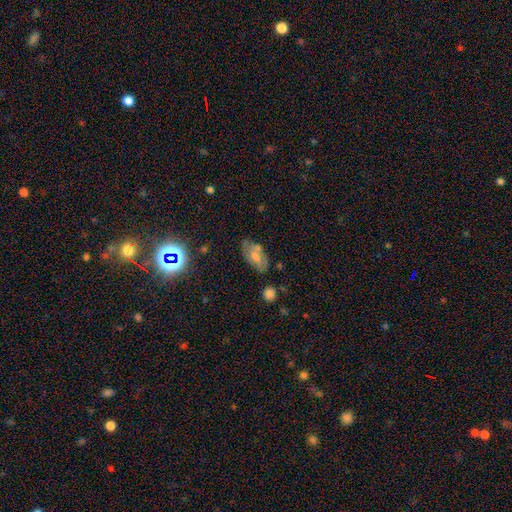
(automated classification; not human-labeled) Overall: smooth (53%; featured or disk 37%). How rounded: in between (91%). Merging: none (59%; minor disturbance 25%).